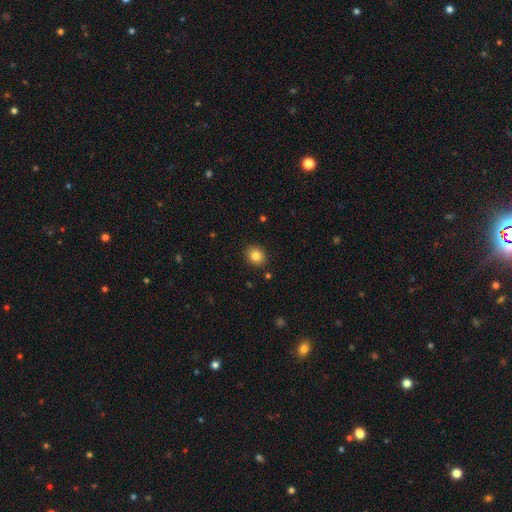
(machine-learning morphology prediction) This is clearly a smooth galaxy (83%). How rounded: likely round (69%). Merging: clearly none (89%).